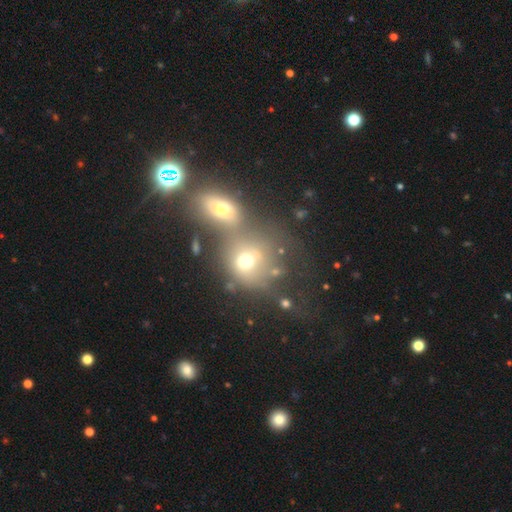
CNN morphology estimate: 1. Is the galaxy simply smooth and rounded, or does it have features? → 58% smooth, 22% star or artifact, 20% featured or disk.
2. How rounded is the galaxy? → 75% round, 24% in between, 1% cigar-shaped.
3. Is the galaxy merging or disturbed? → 53% merger, 29% none, 9% minor disturbance, 9% major disturbance.